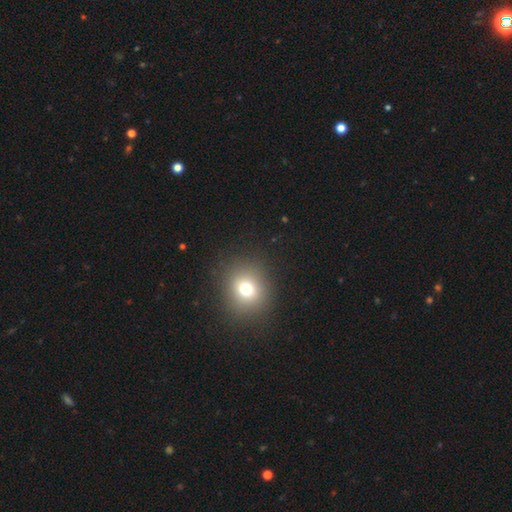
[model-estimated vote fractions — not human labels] This appears to be a smooth galaxy with no disk features (64%) that is round (84%). Merging: none (92%).